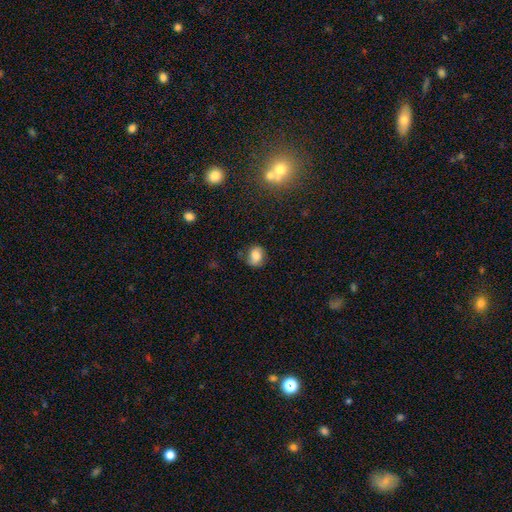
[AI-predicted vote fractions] Smooth or featured? Predicted: smooth (p=0.69). How rounded? Predicted: in between (p=0.51). Merging? Predicted: none (p=0.65).